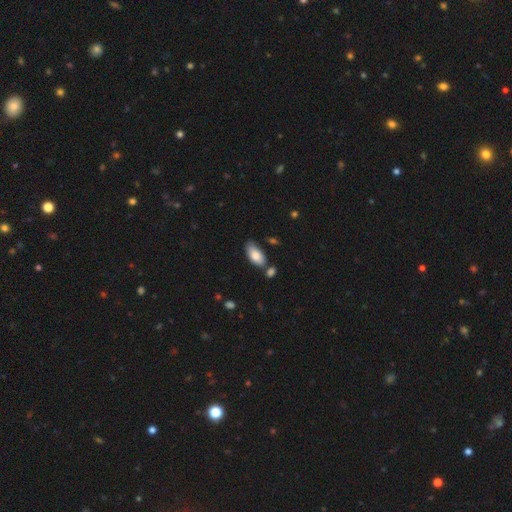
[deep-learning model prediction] Morphology: type=smooth (84%); roundness=in between (92%); merging=none (65%).